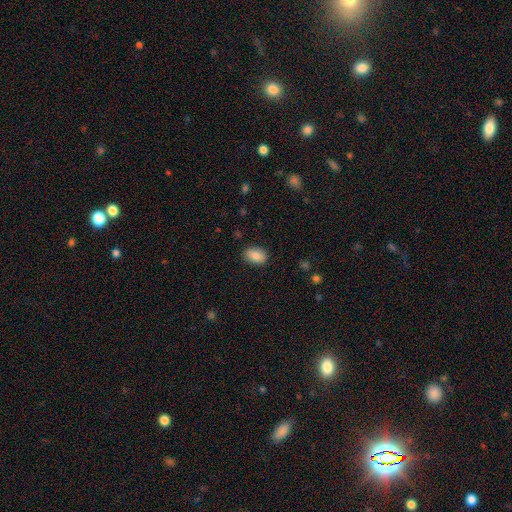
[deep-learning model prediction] The model was most divided on "how rounded": in between: 87%, round: 12%, cigar-shaped: 1%. More confident: merging — none (86%); smooth or featured — smooth (86%).